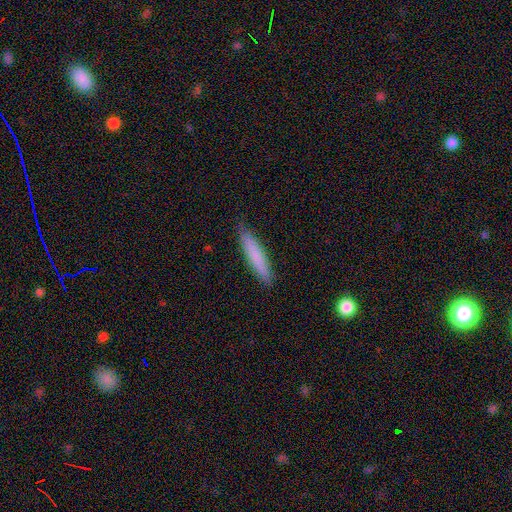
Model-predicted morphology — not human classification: Smooth or featured? Predicted: smooth (p=0.78). How rounded? Predicted: cigar-shaped (p=0.90). Merging? Predicted: none (p=0.87).